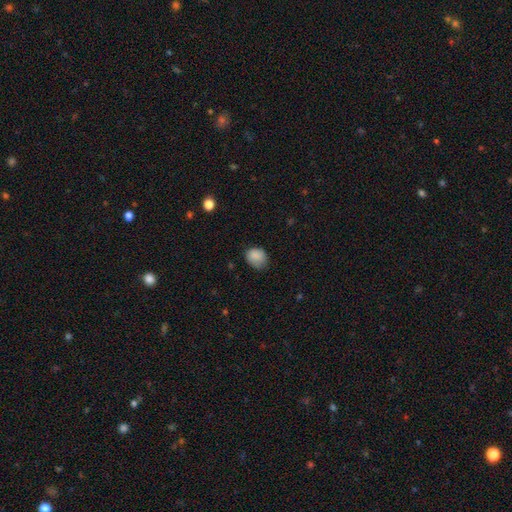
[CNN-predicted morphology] Overall: smooth (86%). How rounded: round (58%; in between 42%). Merging: none (65%; minor disturbance 28%).